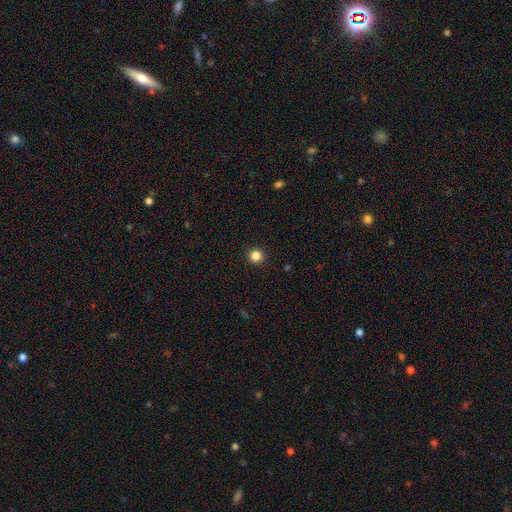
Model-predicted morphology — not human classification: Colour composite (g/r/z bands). It shows a smooth galaxy with no disk features (85%) that is round (95%). Merging: none (93%).